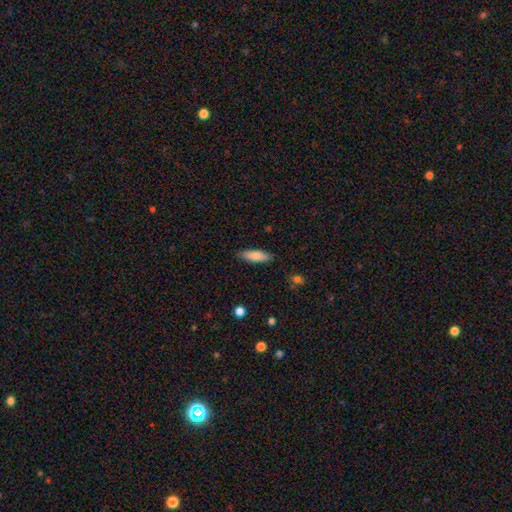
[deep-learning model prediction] smooth-or-featured: smooth: 83% | featured or disk: 11% | star or artifact: 6%
  how-rounded: cigar-shaped: 50% | in between: 49% | round: 2%
  merging: none: 87% | minor disturbance: 10% | major disturbance: 2% | merger: 1%